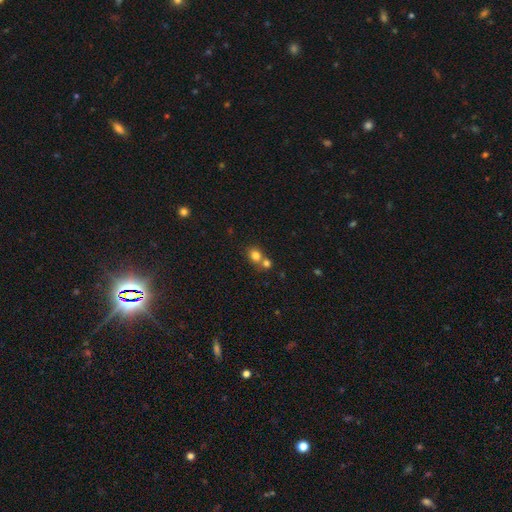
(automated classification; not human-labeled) Overall: smooth (80%). How rounded: round (74%). Merging: none (45%, tied with merger).